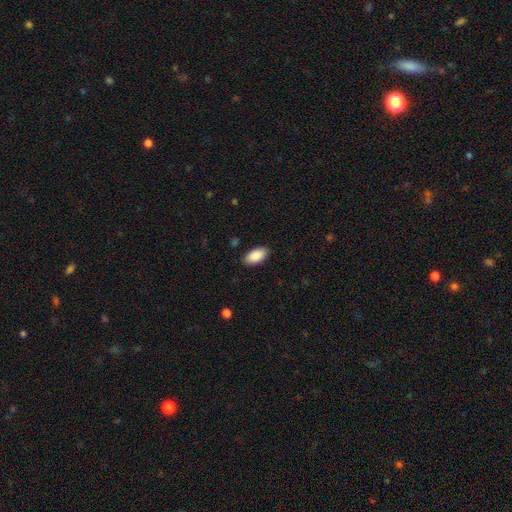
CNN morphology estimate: A smooth galaxy with no disk features (90%) that is in between round and cigar-shaped (95%). Merging: none (88%).